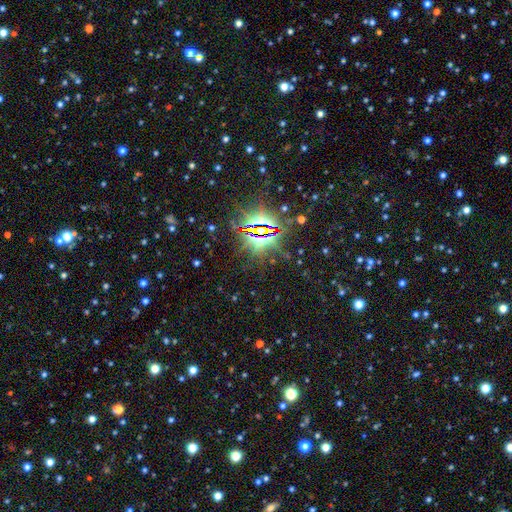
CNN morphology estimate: The model was most divided on "smooth or featured": star or artifact: 84%, smooth: 8%, featured or disk: 8%.